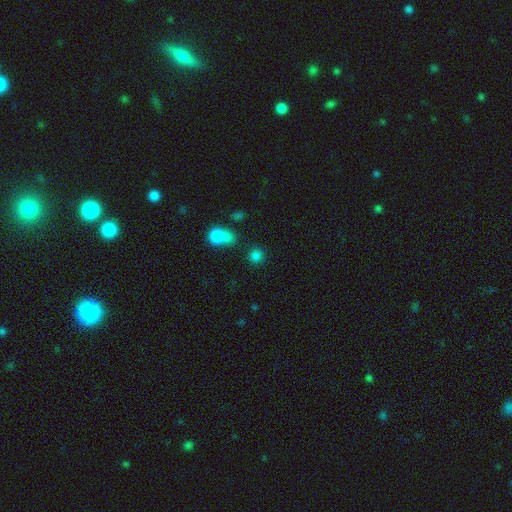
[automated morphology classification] This appears to be a smooth galaxy with no disk features (79%) that is round (90%). Merging: none (72%).